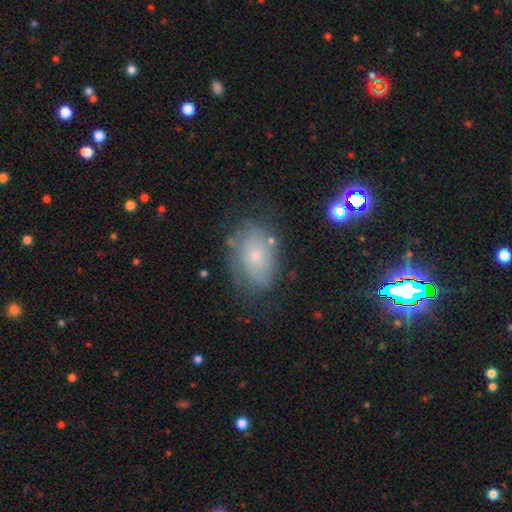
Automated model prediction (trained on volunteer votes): Smooth or featured? Predicted: smooth (p=0.47). Merging? Predicted: none (p=0.62).